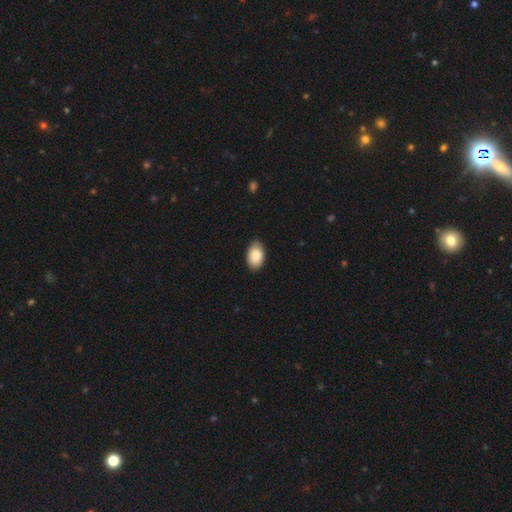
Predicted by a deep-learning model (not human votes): Q: Smooth or featured?
A: smooth (88%); runner-up: star or artifact (6%)
Q: How rounded?
A: in between (92%); runner-up: round (7%)
Q: Merging?
A: none (79%); runner-up: minor disturbance (18%)